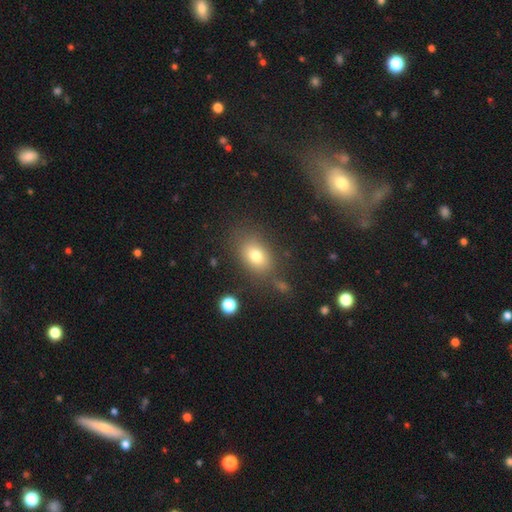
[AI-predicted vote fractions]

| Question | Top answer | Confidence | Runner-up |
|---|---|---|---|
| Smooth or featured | smooth | 77% | star or artifact (12%) |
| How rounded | in between | 75% | round (23%) |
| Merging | none | 74% | minor disturbance (14%) |